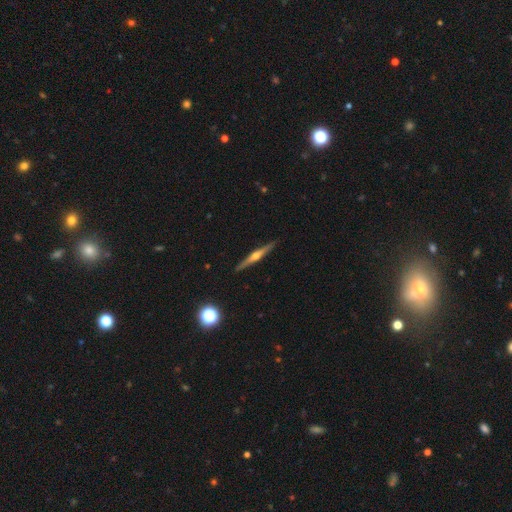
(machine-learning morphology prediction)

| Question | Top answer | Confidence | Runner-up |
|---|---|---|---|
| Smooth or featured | featured or disk | 77% | smooth (17%) |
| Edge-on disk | yes | 98% | no (2%) |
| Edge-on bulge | rounded | 92% | none (4%) |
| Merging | none | 92% | minor disturbance (6%) |